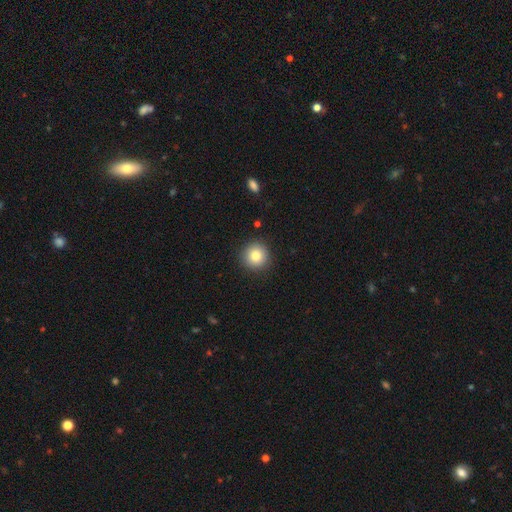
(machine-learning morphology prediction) smooth_or_featured: smooth (p=0.83) [alt: star or artifact p=0.10]
how_rounded: round (p=0.94) [alt: in between p=0.05]
merging: none (p=0.90) [alt: minor disturbance p=0.07]